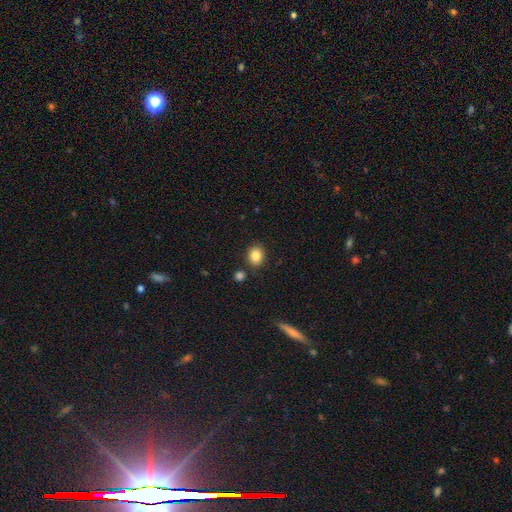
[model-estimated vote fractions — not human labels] Smooth or featured? Predicted: smooth (p=0.85). How rounded? Predicted: round (p=0.59). Merging? Predicted: none (p=0.82).